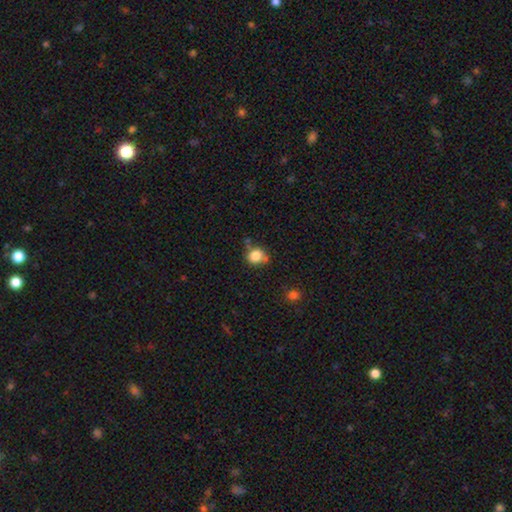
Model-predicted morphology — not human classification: The model was most divided on "merging": none: 62%, minor disturbance: 19%, merger: 15%, major disturbance: 5%. More confident: smooth or featured — smooth (82%); how rounded — round (82%).